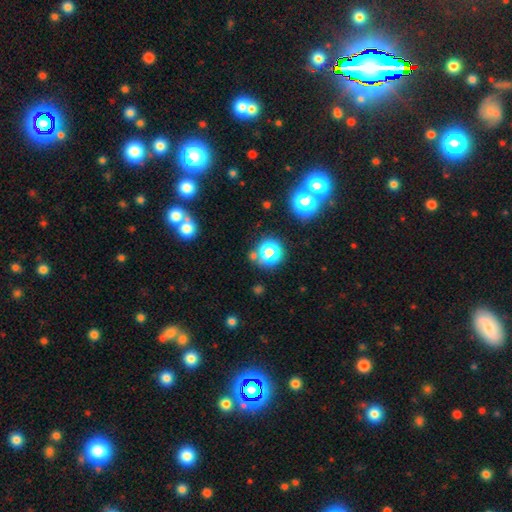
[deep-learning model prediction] Smooth or featured? smooth (56%)
How rounded? round (88%)
Merging? none (76%)